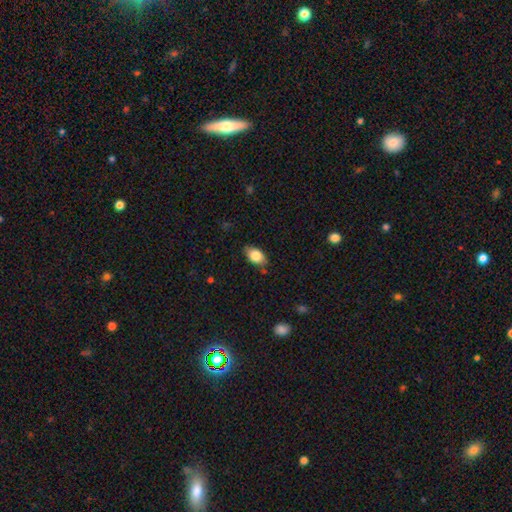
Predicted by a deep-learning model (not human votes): A smooth galaxy with no disk features (81%) that is in between round and cigar-shaped (88%).

Vote fractions:
- Smooth or featured? smooth: 81% / featured or disk: 11% / star or artifact: 8%
- How rounded? in between: 88% / round: 10% / cigar-shaped: 2%
- Merging? none: 79% / minor disturbance: 16% / major disturbance: 3% / merger: 2%